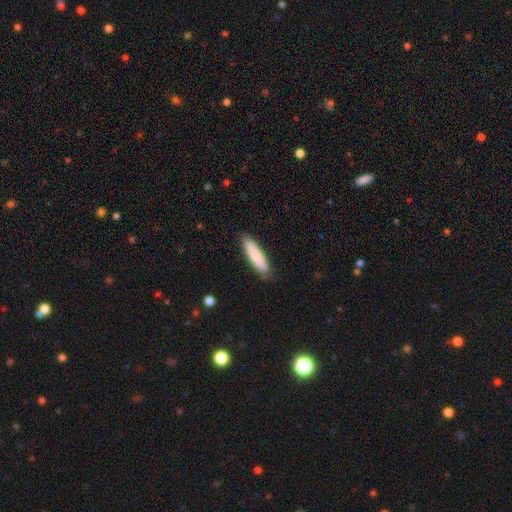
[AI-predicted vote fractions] smooth-or-featured: smooth: 76% | featured or disk: 18% | star or artifact: 5%
  how-rounded: cigar-shaped: 67% | in between: 31% | round: 1%
  merging: none: 85% | minor disturbance: 12% | major disturbance: 2% | merger: 1%